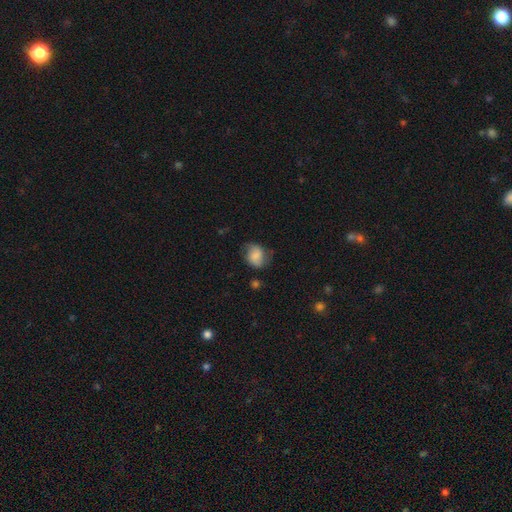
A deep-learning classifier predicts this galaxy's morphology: smooth_or_featured: smooth (p=0.63) [alt: featured or disk p=0.28]
how_rounded: in between (p=0.50) [alt: round p=0.49]
merging: none (p=0.60) [alt: minor disturbance p=0.27]